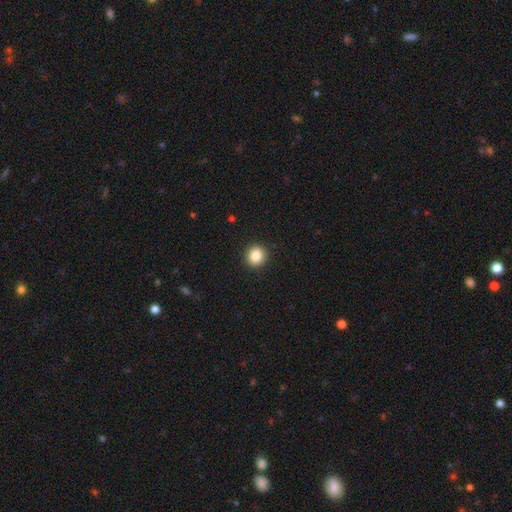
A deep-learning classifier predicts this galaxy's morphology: The model was most divided on "smooth or featured": smooth: 85%, star or artifact: 10%, featured or disk: 5%. More confident: merging — none (92%); how rounded — round (88%).